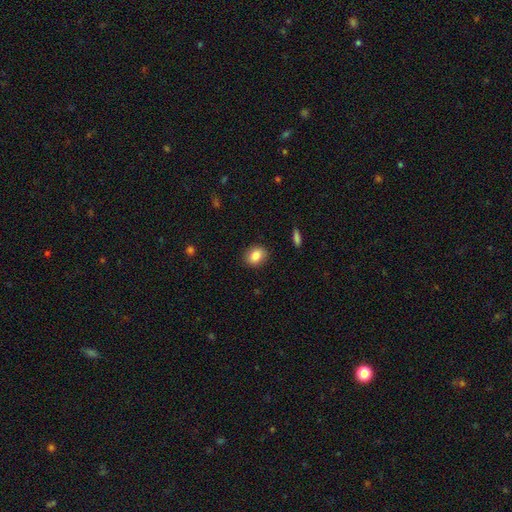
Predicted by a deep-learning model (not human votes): Smooth or featured? smooth (85%)
How rounded? in between (53%)
Merging? none (88%)